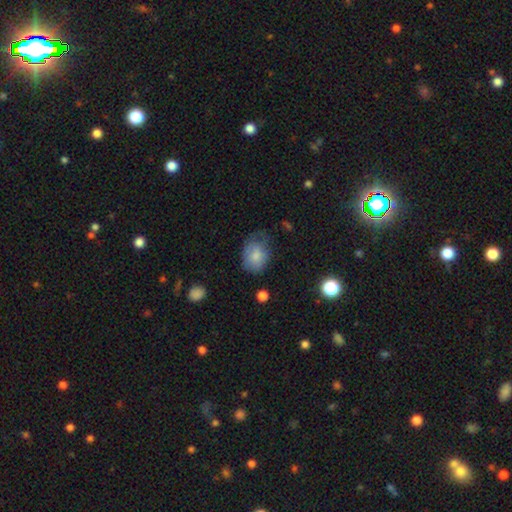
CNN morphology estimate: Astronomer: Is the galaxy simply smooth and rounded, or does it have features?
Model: smooth — 77%.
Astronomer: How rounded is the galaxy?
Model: in between — 64%.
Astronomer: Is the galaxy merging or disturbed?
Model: none — 45% (runner-up: minor disturbance, 35%).